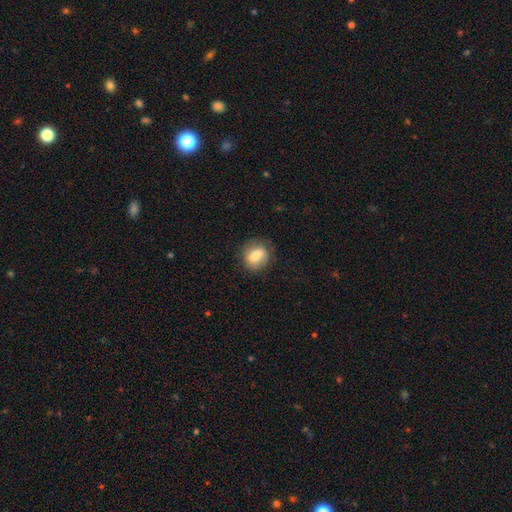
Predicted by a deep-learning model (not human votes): smooth-or-featured: smooth: 75% | featured or disk: 16% | star or artifact: 8%
  how-rounded: in between: 58% | round: 39% | cigar-shaped: 4%
  merging: none: 78% | minor disturbance: 16% | major disturbance: 5% | merger: 1%